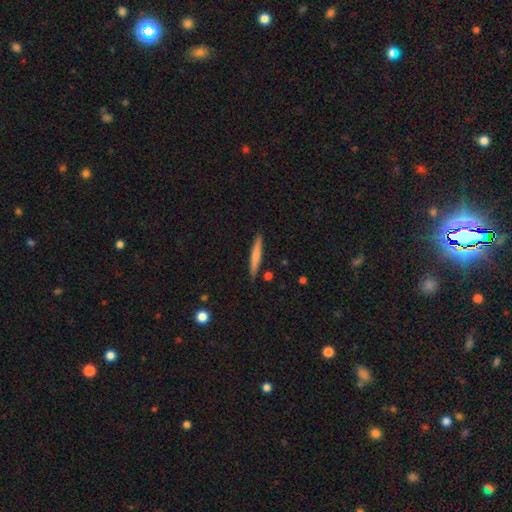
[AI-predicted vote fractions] smooth 65%, featured or disk 29%, star or artifact 6%. Down the decision tree: how rounded — cigar-shaped (95%); merging — none (88%).